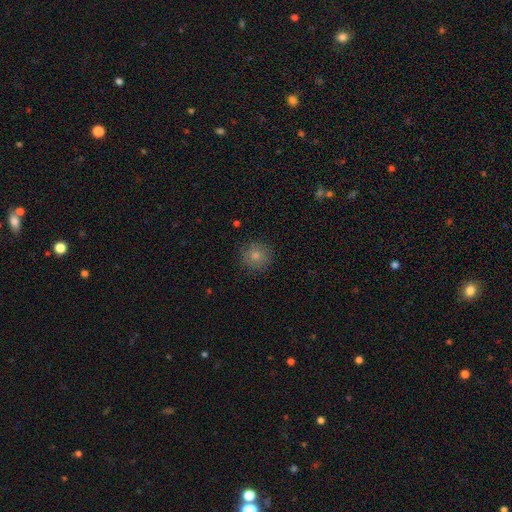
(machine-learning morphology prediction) This appears to be a smooth galaxy with no disk features (80%) that is round (93%). Merging: none (87%).